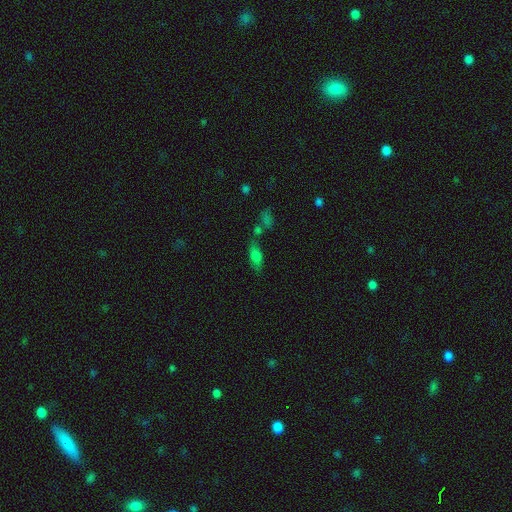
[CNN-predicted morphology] smooth_or_featured: smooth (p=0.71) [alt: featured or disk p=0.16]
how_rounded: in between (p=0.71) [alt: cigar-shaped p=0.24]
merging: none (p=0.56) [alt: merger p=0.23]